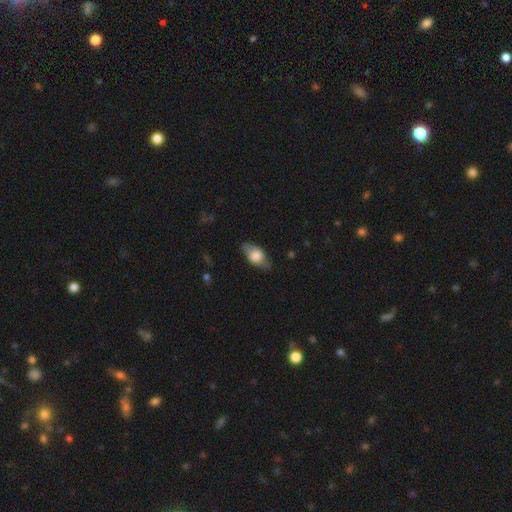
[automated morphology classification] smooth 65%, featured or disk 28%, star or artifact 6%. Down the decision tree: how rounded — in between (88%); merging — none (77%).